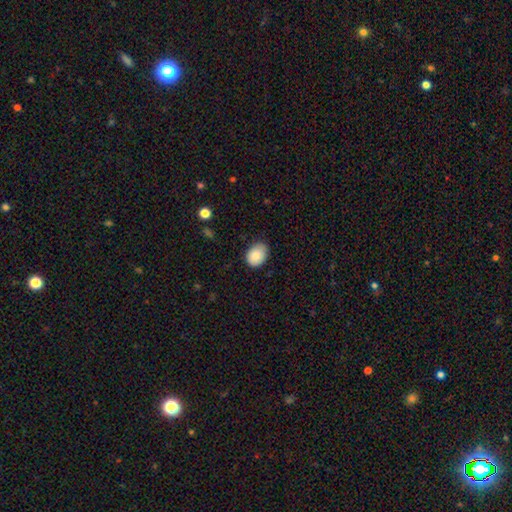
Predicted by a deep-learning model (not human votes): The model was most divided on "how rounded": in between: 69%, round: 30%, cigar-shaped: 1%. More confident: smooth or featured — smooth (87%); merging — none (74%).